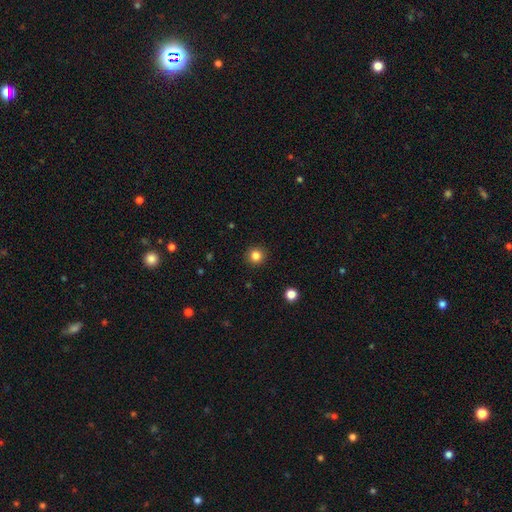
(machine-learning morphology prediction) This is clearly a smooth galaxy (83%). How rounded: clearly round (94%). Merging: clearly none (92%).